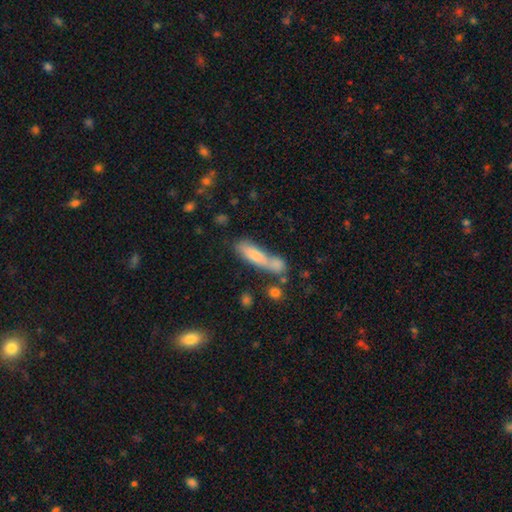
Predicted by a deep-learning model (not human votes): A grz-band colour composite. It shows a smooth galaxy with no disk features (74%) that is cigar-shaped (66%). Merging: none (39%).